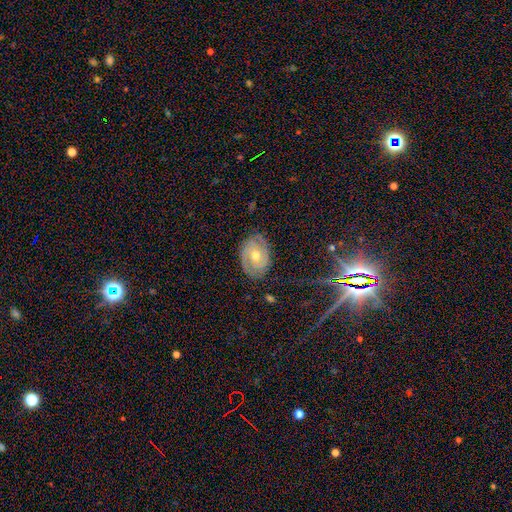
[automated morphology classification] featured or disk 78%, smooth 12%, star or artifact 10%. Down the decision tree: edge-on disk — no (96%); bar — no (54%); spiral arms — yes (93%); spiral arm count — 2 (73%); spiral winding — tight (66%); bulge size — moderate (67%); merging — none (81%).